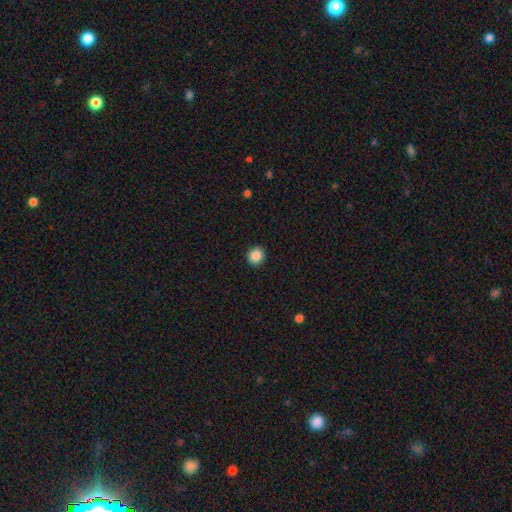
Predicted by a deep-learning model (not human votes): smooth 88%, star or artifact 9%, featured or disk 3%. Down the decision tree: how rounded — round (86%); merging — none (91%).